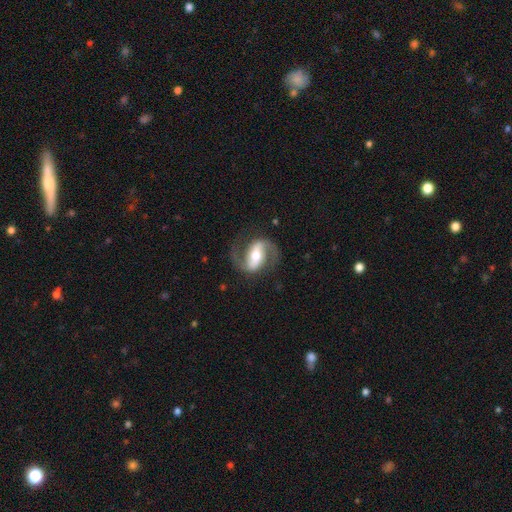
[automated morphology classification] Smooth or featured: featured or disk — 87% (smooth — 8%)
Edge-on disk: no — 97% (yes — 3%)
Bar: strong — 50% (weak — 32%)
Spiral arms: yes — 96% (no — 4%)
Spiral winding: medium — 52% (loose — 34%)
Spiral arm count: 2 — 93% (1 — 3%)
Bulge size: moderate — 67% (small — 17%)
Merging: none — 77% (minor disturbance — 13%)